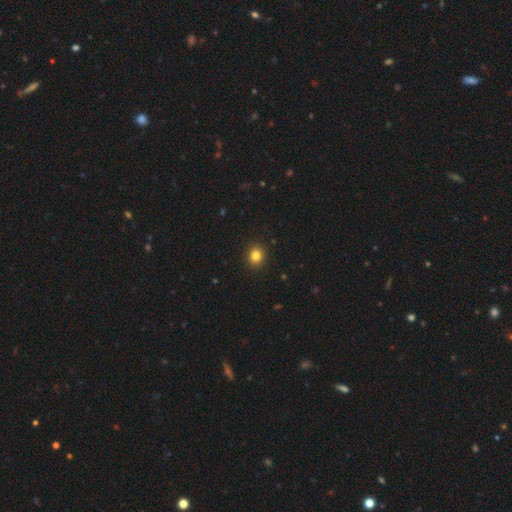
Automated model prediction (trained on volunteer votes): Smooth or featured: smooth — 83% (star or artifact — 12%)
How rounded: round — 77% (in between — 22%)
Merging: none — 92% (minor disturbance — 6%)